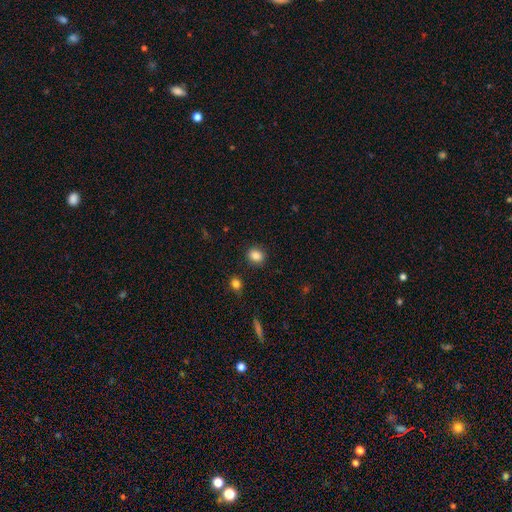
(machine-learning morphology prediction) type=smooth (85%); roundness=round (66%); merging=none (89%).